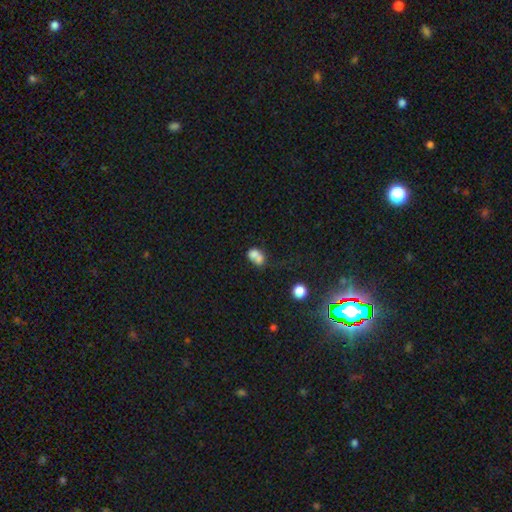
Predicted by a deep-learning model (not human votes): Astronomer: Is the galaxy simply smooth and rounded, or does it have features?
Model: smooth — 72%.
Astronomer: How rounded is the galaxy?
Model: in between — 61% (runner-up: round, 37%).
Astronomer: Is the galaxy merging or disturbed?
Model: merger — 55%.